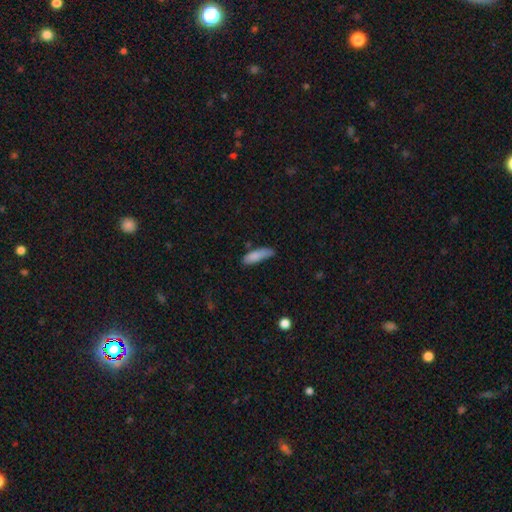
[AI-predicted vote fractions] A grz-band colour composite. It shows a smooth galaxy with no disk features (83%) that is cigar-shaped (53%). Merging: none (55%).